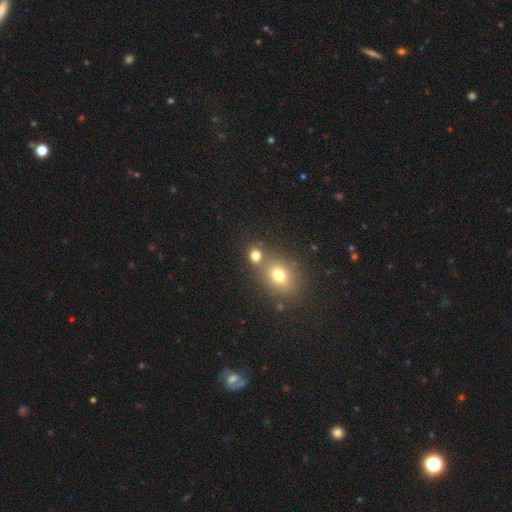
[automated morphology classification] Smooth or featured: smooth — 76% (star or artifact — 15%)
How rounded: round — 71% (in between — 27%)
Merging: none — 55% (merger — 33%)